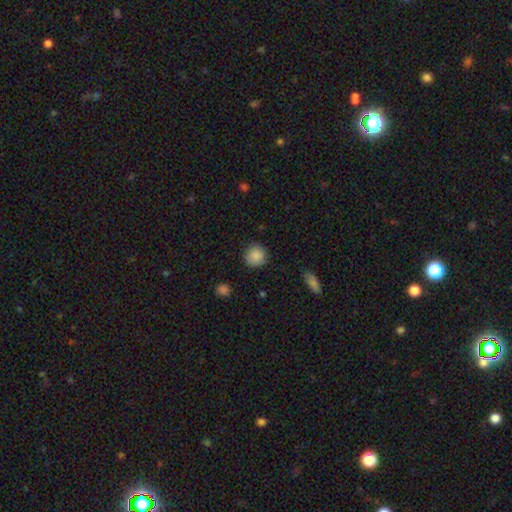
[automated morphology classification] This appears to be a smooth galaxy with no disk features (87%) that is round (91%). Merging: none (86%).